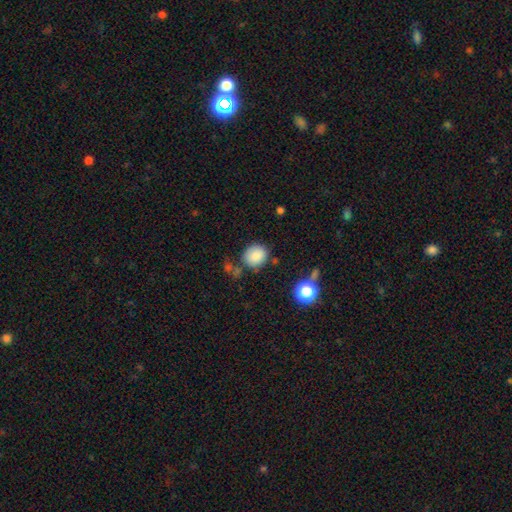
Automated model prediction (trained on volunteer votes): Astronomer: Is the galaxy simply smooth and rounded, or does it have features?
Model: smooth — 85%.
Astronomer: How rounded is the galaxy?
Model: round — 78%.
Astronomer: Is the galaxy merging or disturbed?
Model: none — 75%.